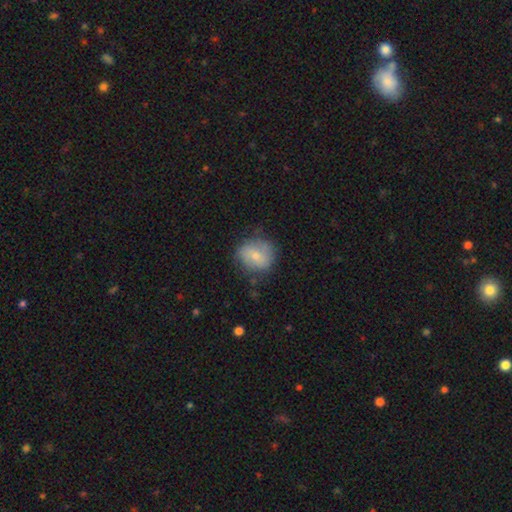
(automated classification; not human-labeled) Smooth or featured? smooth (63%)
How rounded? round (73%)
Merging? none (66%)